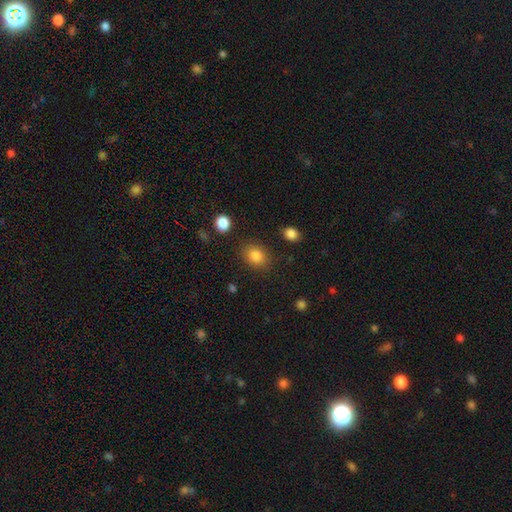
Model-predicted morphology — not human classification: Smooth or featured?
  - smooth: 85% *
  - star or artifact: 10%
  - featured or disk: 5%
How rounded?
  - round: 51% *
  - in between: 48%
  - cigar-shaped: 1%
Merging?
  - none: 84% *
  - minor disturbance: 10%
  - major disturbance: 4%
  - merger: 3%